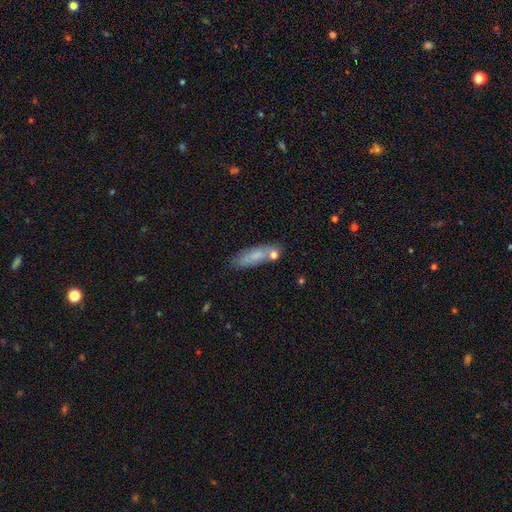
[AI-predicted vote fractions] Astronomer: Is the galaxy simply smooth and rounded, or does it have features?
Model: smooth — 70%.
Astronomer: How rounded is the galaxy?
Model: in between — 49% (runner-up: cigar-shaped, 48%).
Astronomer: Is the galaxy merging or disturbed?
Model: none — 66%.